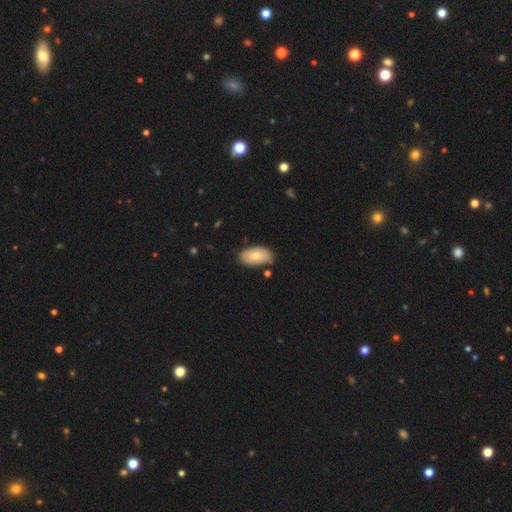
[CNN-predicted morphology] Overall: smooth (76%). How rounded: in between (95%). Merging: none (81%).